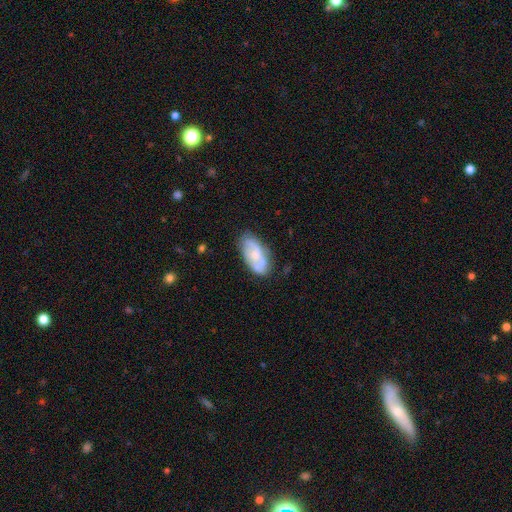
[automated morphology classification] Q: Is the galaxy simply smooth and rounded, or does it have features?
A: featured or disk — 57%.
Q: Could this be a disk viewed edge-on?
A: no — 94%.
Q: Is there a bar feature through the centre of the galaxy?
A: no — 74%.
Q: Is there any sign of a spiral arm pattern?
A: yes — 62%.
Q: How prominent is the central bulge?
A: moderate — 48%.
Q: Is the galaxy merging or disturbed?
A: none — 65%.